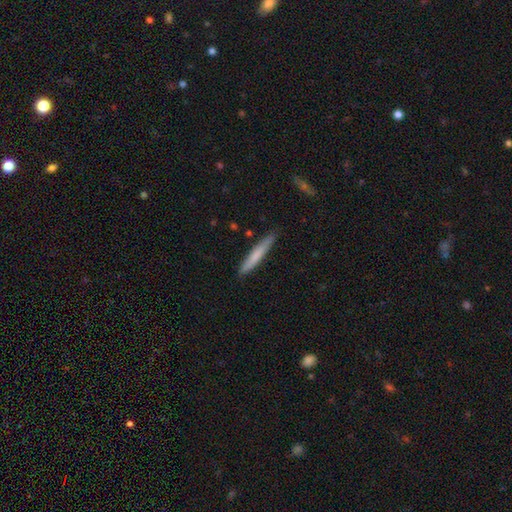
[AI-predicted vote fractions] Q: Smooth or featured?
A: smooth (69%); runner-up: featured or disk (26%)
Q: How rounded?
A: cigar-shaped (95%); runner-up: in between (4%)
Q: Merging?
A: none (87%); runner-up: minor disturbance (10%)